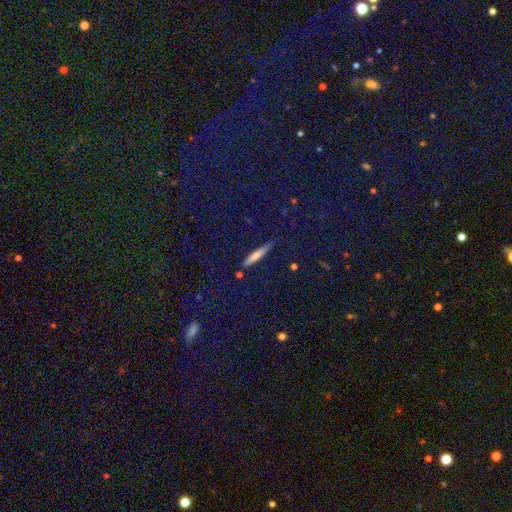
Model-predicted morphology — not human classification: Smooth or featured: smooth — 58% (featured or disk — 29%)
How rounded: cigar-shaped — 89% (in between — 8%)
Merging: none — 85% (minor disturbance — 11%)